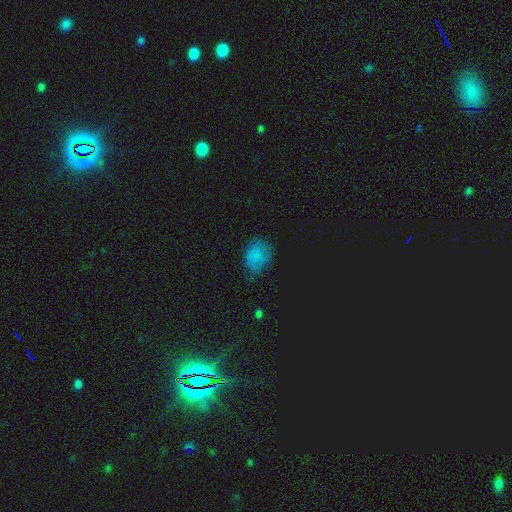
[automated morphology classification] Overall: smooth (73%). How rounded: in between (67%; round 31%). Merging: none (54%; minor disturbance 34%).